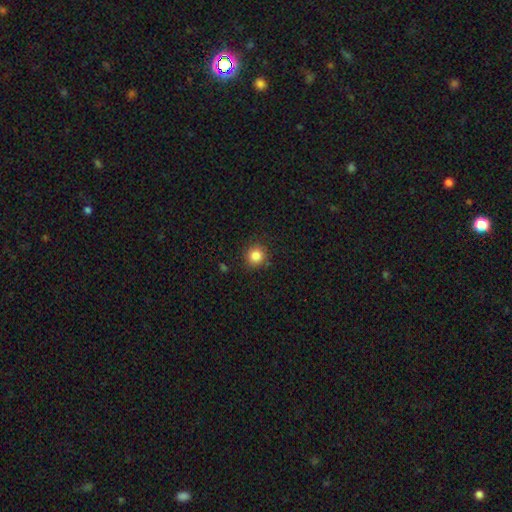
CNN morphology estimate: This is clearly a smooth galaxy (85%). How rounded: clearly round (91%). Merging: clearly none (86%).